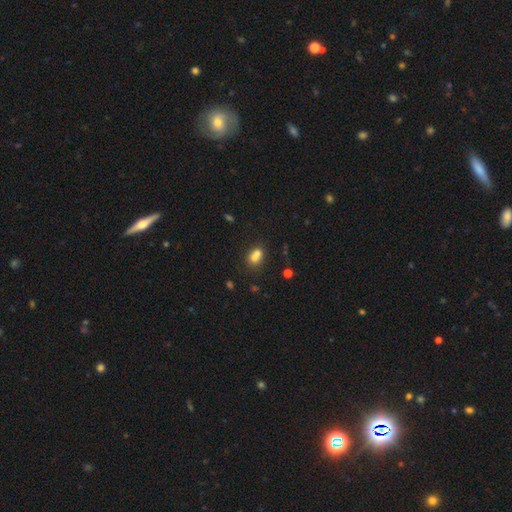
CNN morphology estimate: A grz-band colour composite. It shows a smooth galaxy with no disk features (76%) that is in between round and cigar-shaped (67%). Merging: merger (42%).